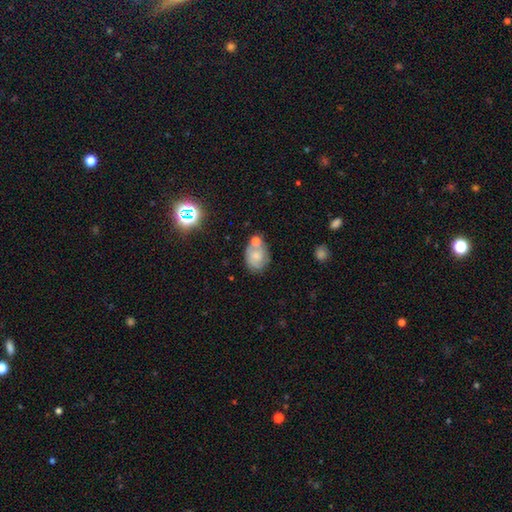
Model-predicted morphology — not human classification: A smooth galaxy with no disk features (61%) that is in between round and cigar-shaped (66%). Merging: none (48%).